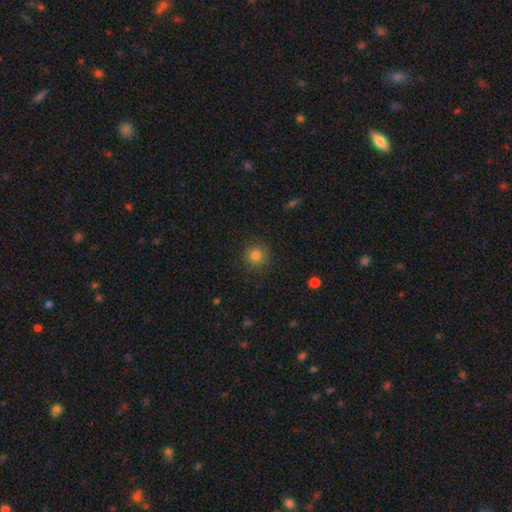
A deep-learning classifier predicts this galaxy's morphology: The model was most divided on "smooth or featured": smooth: 81%, star or artifact: 12%, featured or disk: 7%. More confident: how rounded — round (93%); merging — none (88%).